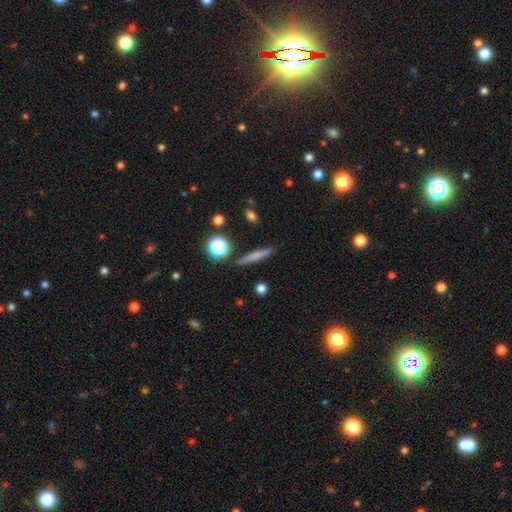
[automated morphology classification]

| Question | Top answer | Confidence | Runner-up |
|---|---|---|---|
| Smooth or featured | smooth | 66% | featured or disk (24%) |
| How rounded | cigar-shaped | 86% | in between (8%) |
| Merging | none | 87% | minor disturbance (9%) |